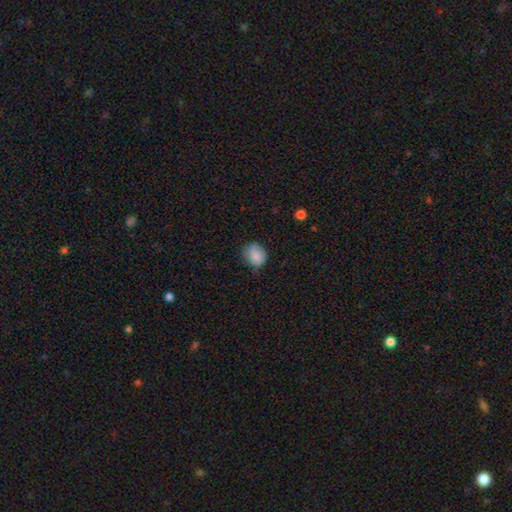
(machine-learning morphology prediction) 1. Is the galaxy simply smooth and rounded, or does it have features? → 84% smooth, 8% star or artifact, 8% featured or disk.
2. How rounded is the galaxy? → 61% round, 38% in between, 1% cigar-shaped.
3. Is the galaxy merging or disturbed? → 61% none, 31% minor disturbance, 7% major disturbance, 1% merger.